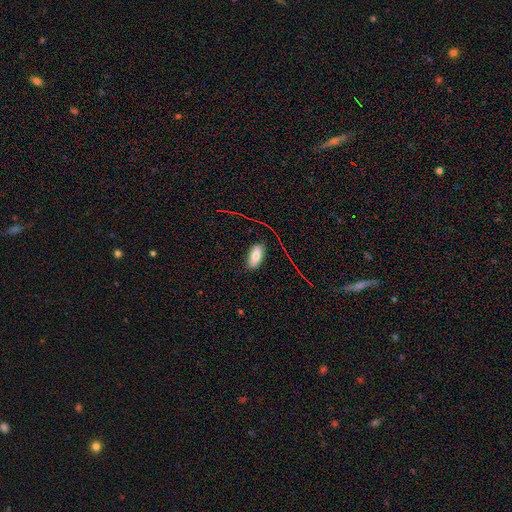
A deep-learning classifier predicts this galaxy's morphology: smooth-or-featured: smooth: 72% | featured or disk: 16% | star or artifact: 12%
  how-rounded: in between: 85% | cigar-shaped: 12% | round: 3%
  merging: none: 77% | minor disturbance: 16% | major disturbance: 5% | merger: 2%